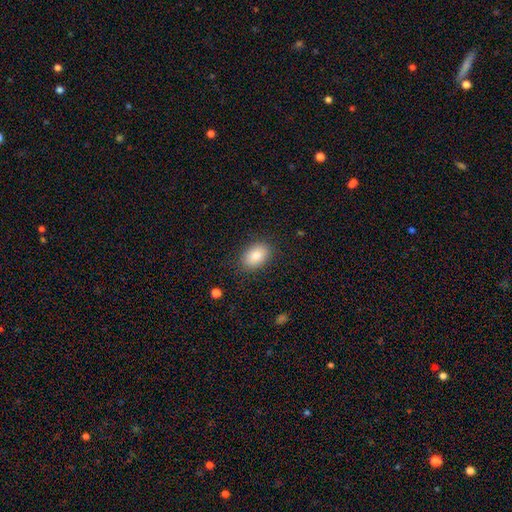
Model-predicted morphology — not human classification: Overall: smooth (86%). How rounded: in between (86%). Merging: none (85%).